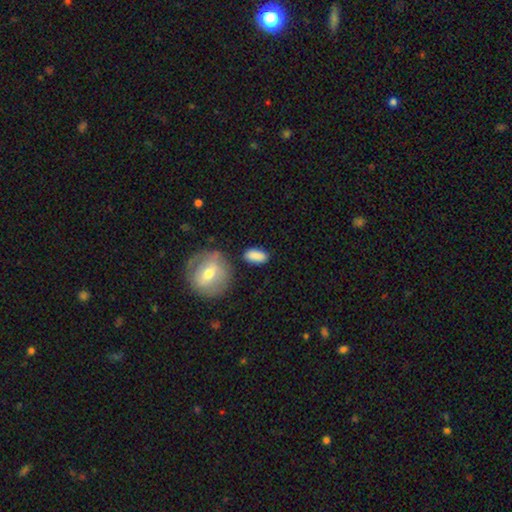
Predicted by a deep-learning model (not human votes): A smooth galaxy with no disk features (86%) that is in between round and cigar-shaped (88%).

Vote fractions:
- Smooth or featured? smooth: 86% / featured or disk: 8% / star or artifact: 6%
- How rounded? in between: 88% / round: 6% / cigar-shaped: 6%
- Merging? none: 76% / minor disturbance: 14% / merger: 6% / major disturbance: 4%